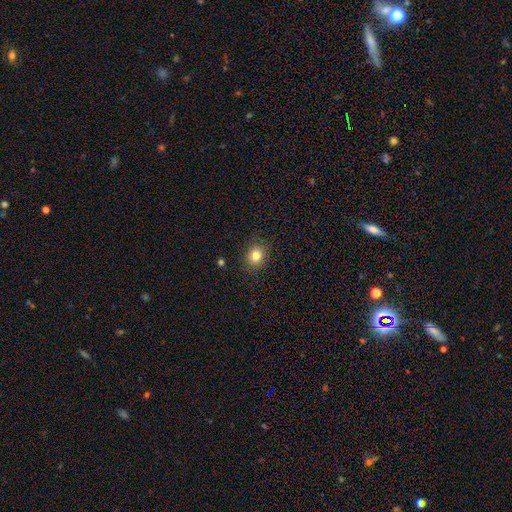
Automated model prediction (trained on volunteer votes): Smooth or featured? Predicted: smooth (p=0.81). How rounded? Predicted: round (p=0.68). Merging? Predicted: none (p=0.88).